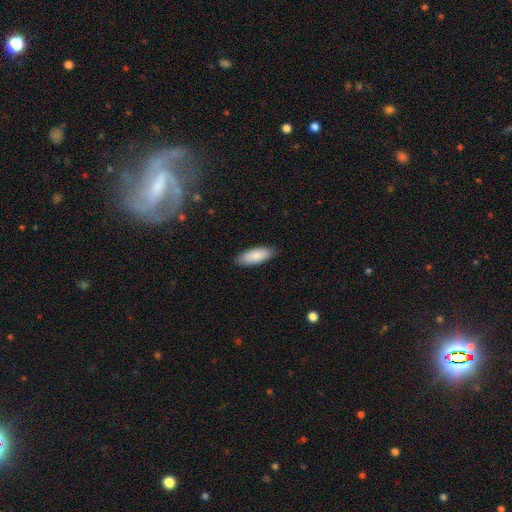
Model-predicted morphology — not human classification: type=smooth (88%); roundness=in between (76%); merging=none (88%).